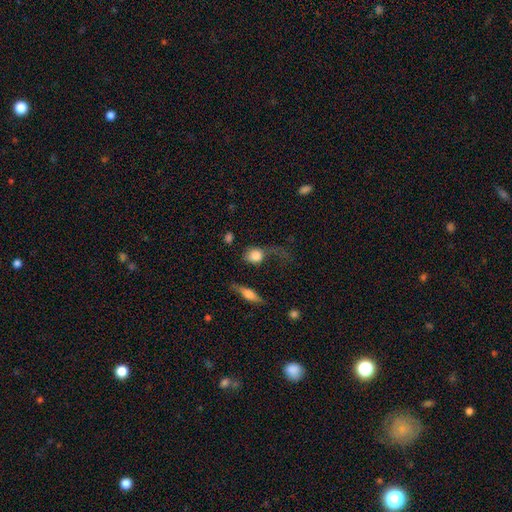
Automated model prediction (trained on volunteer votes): smooth-or-featured: smooth: 75% | featured or disk: 17% | star or artifact: 9%
  how-rounded: round: 59% | in between: 38% | cigar-shaped: 3%
  merging: major disturbance: 43% | none: 29% | minor disturbance: 21% | merger: 7%